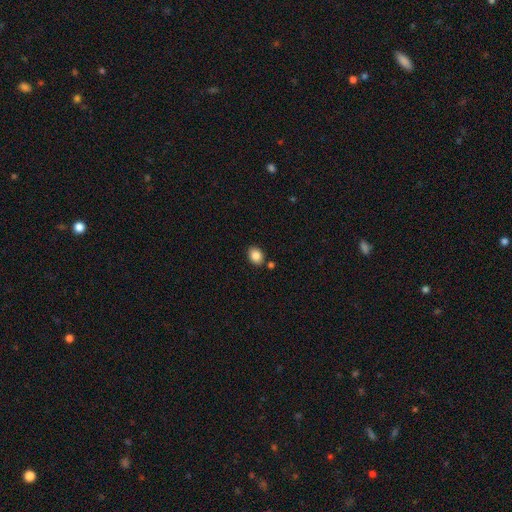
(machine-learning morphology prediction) This appears to be a smooth galaxy with no disk features (86%) that is in between round and cigar-shaped (59%). Merging: none (84%).